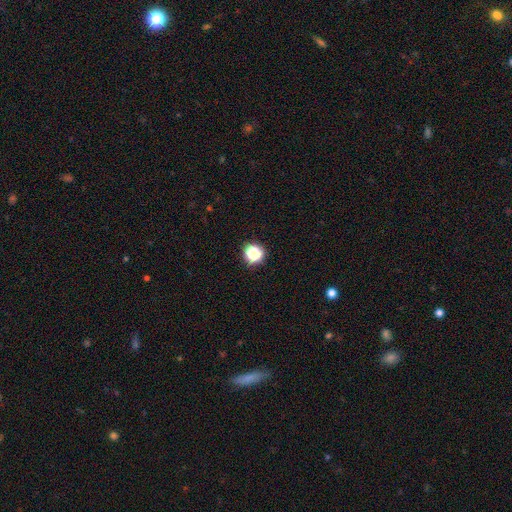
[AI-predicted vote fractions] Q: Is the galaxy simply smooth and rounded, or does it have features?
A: smooth — 60%.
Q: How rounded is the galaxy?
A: round — 88%.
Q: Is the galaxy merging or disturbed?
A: none — 82%.